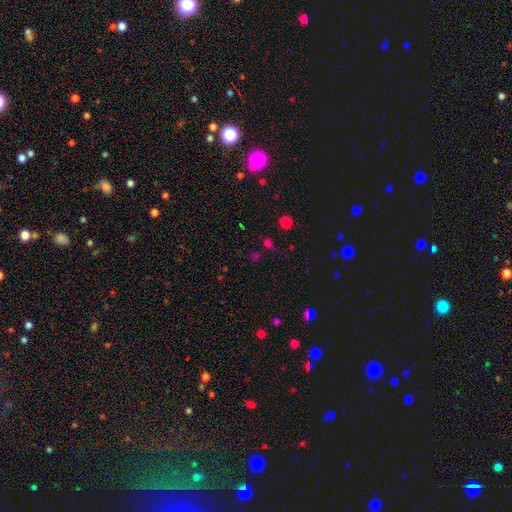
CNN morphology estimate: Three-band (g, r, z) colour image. It shows a star or artifact, not a galaxy (49%).